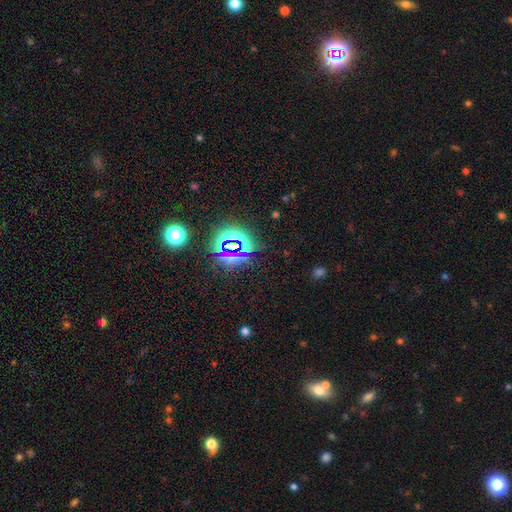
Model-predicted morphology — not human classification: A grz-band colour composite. It shows a star or artifact, not a galaxy (78%).